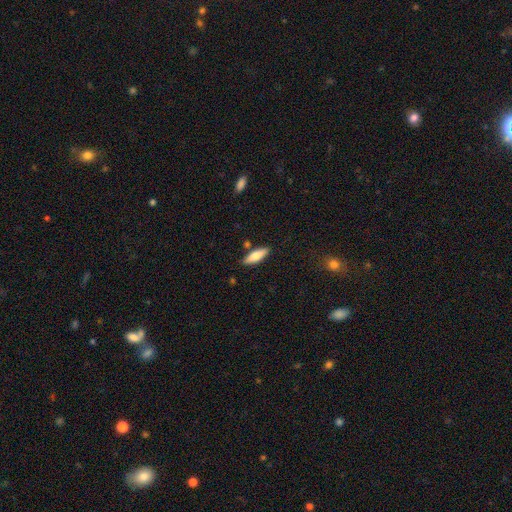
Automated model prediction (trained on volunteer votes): A smooth galaxy with no disk features (74%) that is in between round and cigar-shaped (52%). Merging: none (83%).